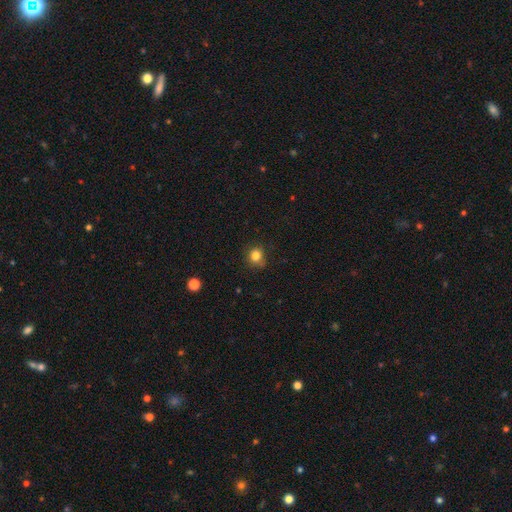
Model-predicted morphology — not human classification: A smooth galaxy with no disk features (82%) that is round (83%).

Vote fractions:
- Smooth or featured? smooth: 82% / star or artifact: 12% / featured or disk: 5%
- How rounded? round: 83% / in between: 16% / cigar-shaped: 1%
- Merging? none: 78% / minor disturbance: 17% / major disturbance: 4% / merger: 2%